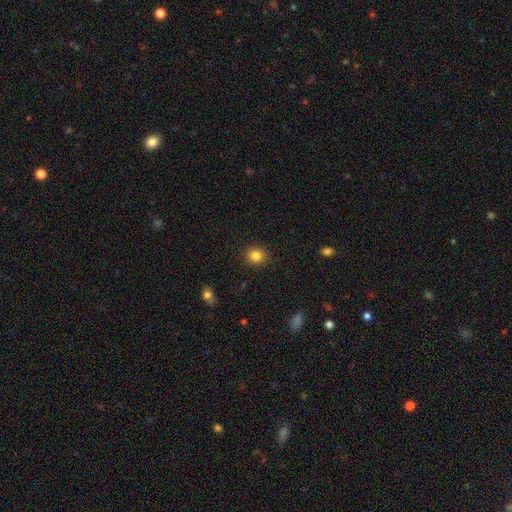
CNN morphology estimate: smooth 84%, star or artifact 11%, featured or disk 5%. Down the decision tree: how rounded — round (85%); merging — none (91%).